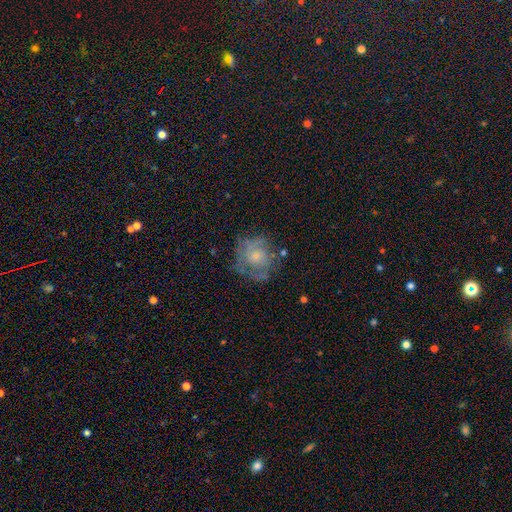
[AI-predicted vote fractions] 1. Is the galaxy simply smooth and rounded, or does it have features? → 57% featured or disk, 33% smooth, 10% star or artifact.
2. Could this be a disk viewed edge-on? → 97% no, 3% yes.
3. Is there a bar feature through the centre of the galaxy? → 81% no, 16% weak, 3% strong.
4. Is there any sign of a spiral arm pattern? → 61% yes, 39% no.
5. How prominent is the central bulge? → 49% small, 37% moderate, 8% none, 4% large, 1% dominant.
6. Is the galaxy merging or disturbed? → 60% none, 22% minor disturbance, 15% major disturbance, 3% merger.